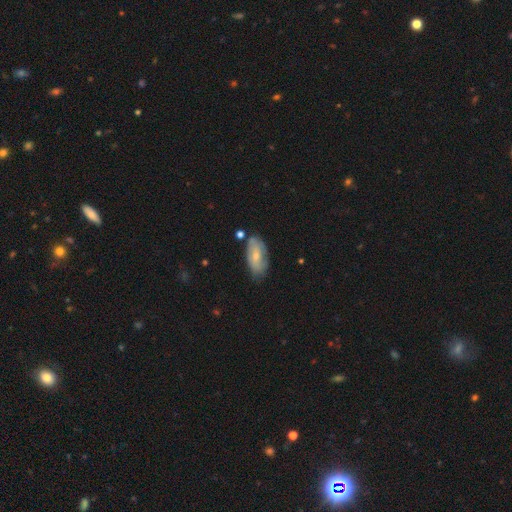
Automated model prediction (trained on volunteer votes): A smooth galaxy with no disk features (52%) that is in between round and cigar-shaped (89%). Merging: none (65%).